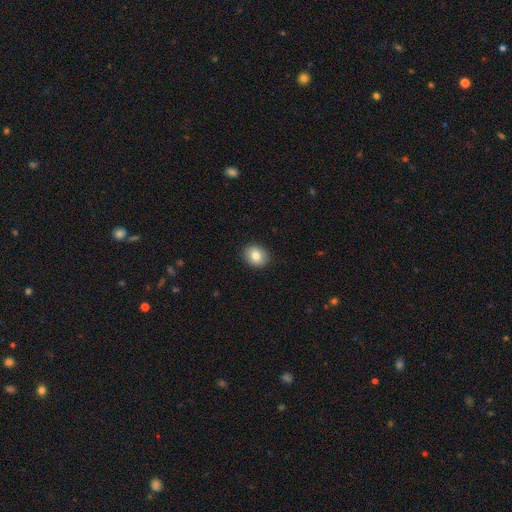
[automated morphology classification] A smooth galaxy with no disk features (83%) that is round (63%).

Vote fractions:
- Smooth or featured? smooth: 83% / featured or disk: 9% / star or artifact: 8%
- How rounded? round: 63% / in between: 36% / cigar-shaped: 1%
- Merging? none: 91% / minor disturbance: 6% / major disturbance: 2% / merger: 1%